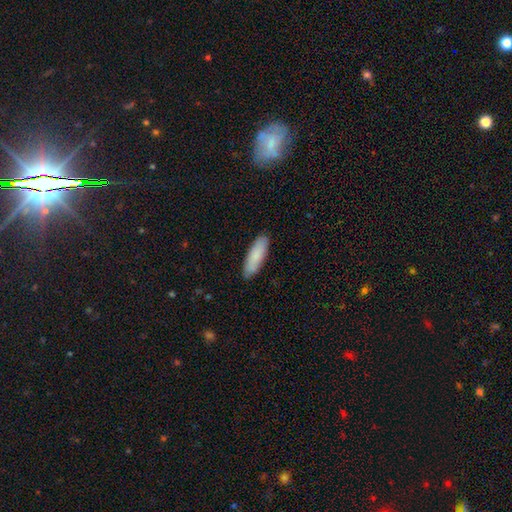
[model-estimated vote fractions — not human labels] Morphology: type=smooth (85%); roundness=cigar-shaped (50%); merging=none (88%).